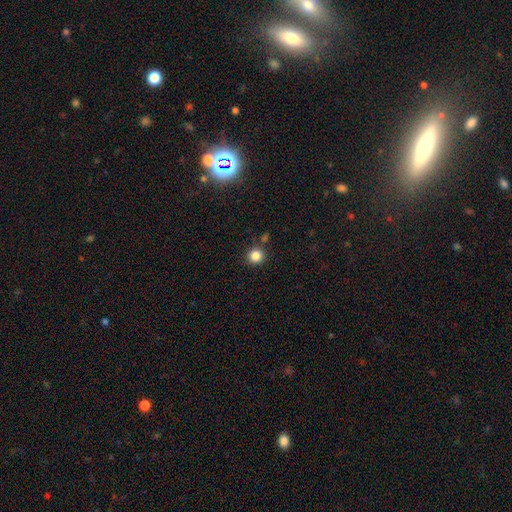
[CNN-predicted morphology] Smooth or featured? Predicted: smooth (p=0.84). How rounded? Predicted: round (p=0.93). Merging? Predicted: none (p=0.84).